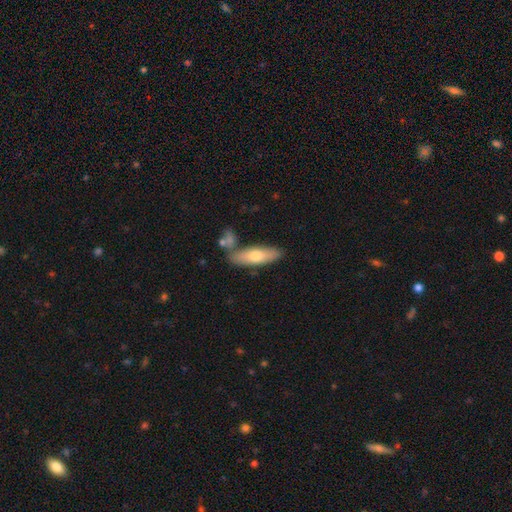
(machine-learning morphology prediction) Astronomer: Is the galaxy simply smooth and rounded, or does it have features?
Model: smooth — 63%.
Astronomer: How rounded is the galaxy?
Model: cigar-shaped — 54% (runner-up: in between, 44%).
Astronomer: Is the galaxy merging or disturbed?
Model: none — 73%.